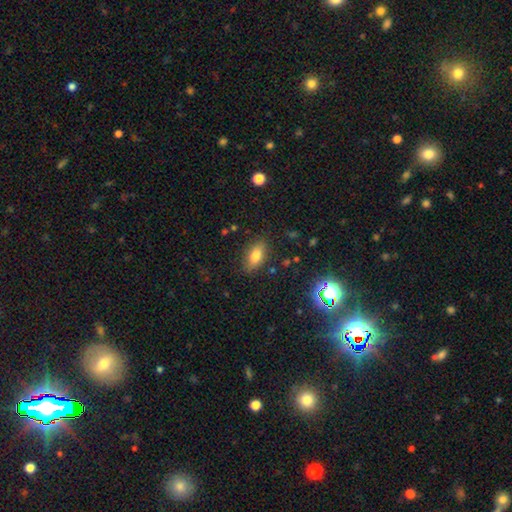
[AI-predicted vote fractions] smooth-or-featured: smooth: 75% | featured or disk: 15% | star or artifact: 10%
  how-rounded: in between: 84% | cigar-shaped: 10% | round: 7%
  merging: none: 84% | minor disturbance: 11% | major disturbance: 3% | merger: 2%